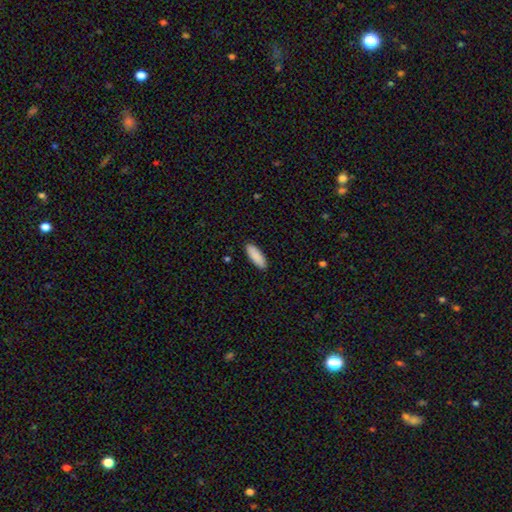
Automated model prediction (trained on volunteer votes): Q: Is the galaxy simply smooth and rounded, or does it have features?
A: smooth — 90%.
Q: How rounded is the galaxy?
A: in between — 64%.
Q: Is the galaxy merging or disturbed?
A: none — 91%.